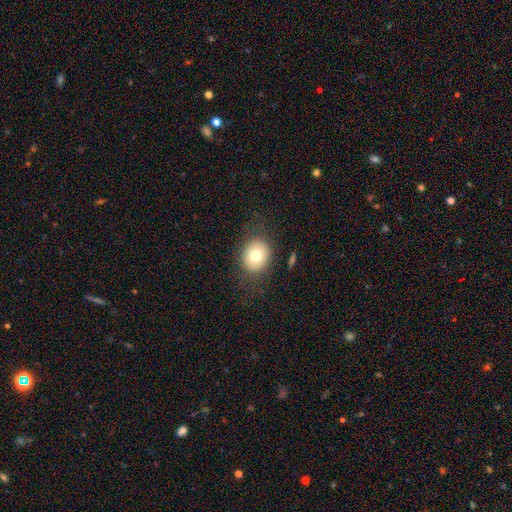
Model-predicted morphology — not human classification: The model was most divided on "how rounded": round: 67%, in between: 32%, cigar-shaped: 1%. More confident: merging — none (82%); smooth or featured — smooth (74%).